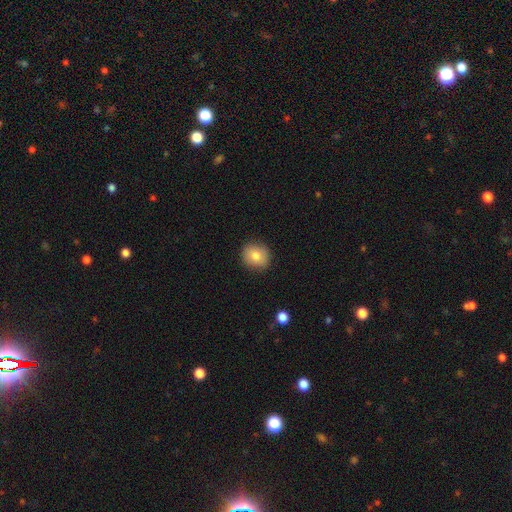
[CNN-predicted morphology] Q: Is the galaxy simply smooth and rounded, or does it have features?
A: smooth — 80%.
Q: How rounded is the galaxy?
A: round — 83%.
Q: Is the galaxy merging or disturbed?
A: none — 89%.